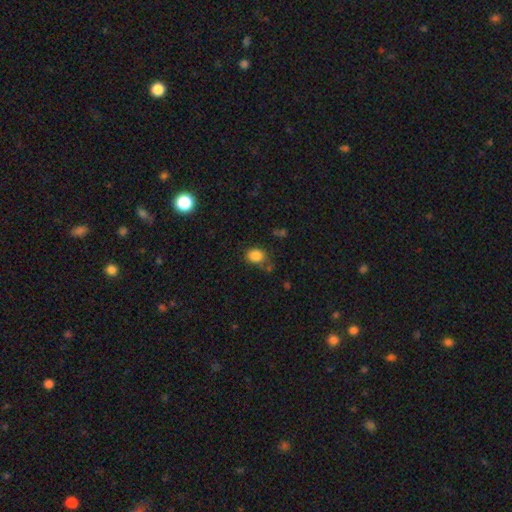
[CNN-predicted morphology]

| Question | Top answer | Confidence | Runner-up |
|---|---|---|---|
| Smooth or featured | smooth | 85% | star or artifact (11%) |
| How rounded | round | 51% | in between (48%) |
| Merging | none | 68% | minor disturbance (19%) |